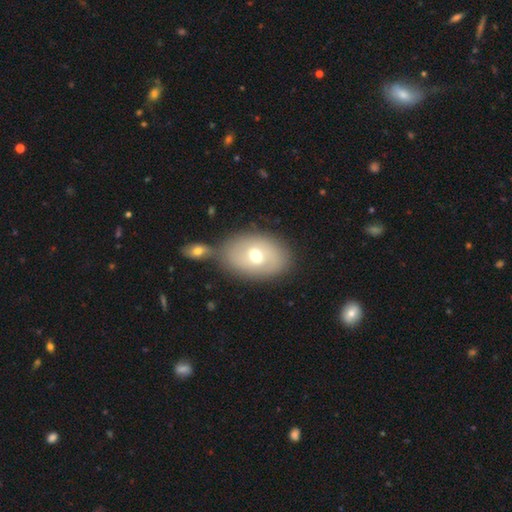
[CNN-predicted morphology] A smooth galaxy with no disk features (58%) that is in between round and cigar-shaped (82%).

Vote fractions:
- Smooth or featured? smooth: 58% / featured or disk: 34% / star or artifact: 8%
- How rounded? in between: 82% / round: 17% / cigar-shaped: 1%
- Merging? none: 66% / merger: 16% / minor disturbance: 13% / major disturbance: 4%